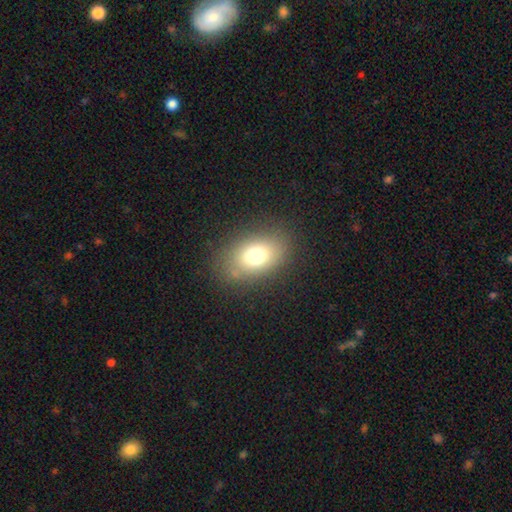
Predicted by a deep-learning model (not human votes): Overall: smooth (72%). How rounded: in between (77%). Merging: none (80%).